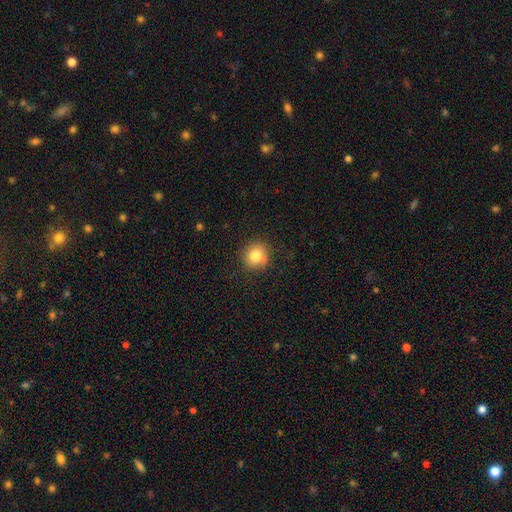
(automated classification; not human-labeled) smooth_or_featured: smooth (p=0.80) [alt: star or artifact p=0.11]
how_rounded: round (p=0.90) [alt: in between p=0.09]
merging: none (p=0.86) [alt: minor disturbance p=0.10]